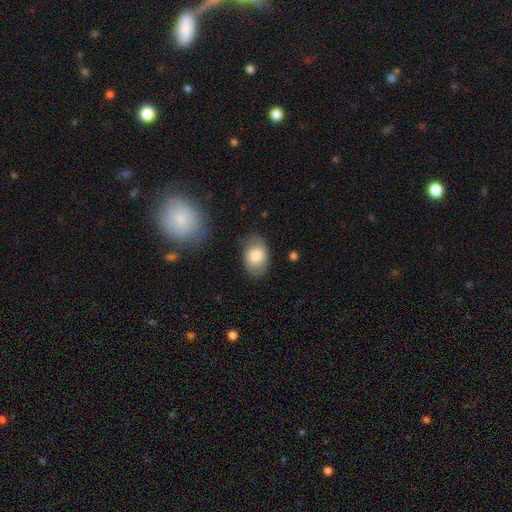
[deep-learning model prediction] This appears to be a smooth galaxy with no disk features (76%) that is in between round and cigar-shaped (83%). Merging: none (68%).